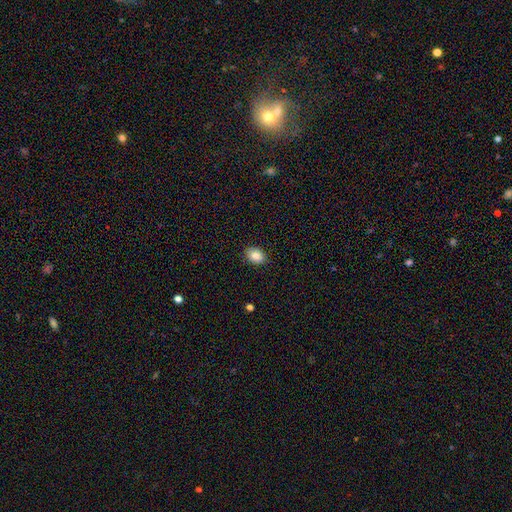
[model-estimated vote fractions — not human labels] smooth-or-featured: smooth: 84% | star or artifact: 8% | featured or disk: 7%
  how-rounded: in between: 71% | round: 28% | cigar-shaped: 1%
  merging: none: 88% | minor disturbance: 9% | major disturbance: 2% | merger: 1%